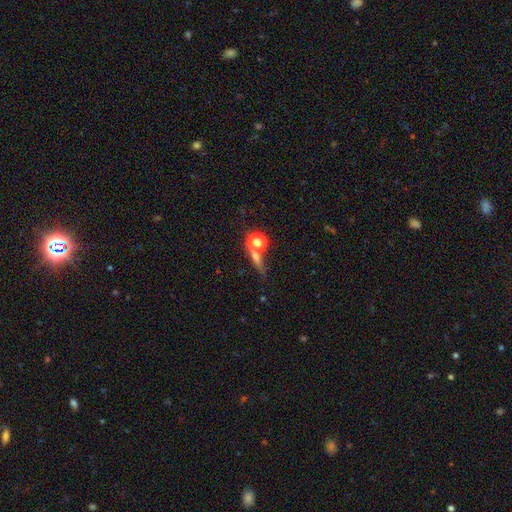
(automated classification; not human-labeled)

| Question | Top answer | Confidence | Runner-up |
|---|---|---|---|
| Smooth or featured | smooth | 51% | star or artifact (27%) |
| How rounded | round | 42% | cigar-shaped (36%) |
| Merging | none | 55% | merger (24%) |